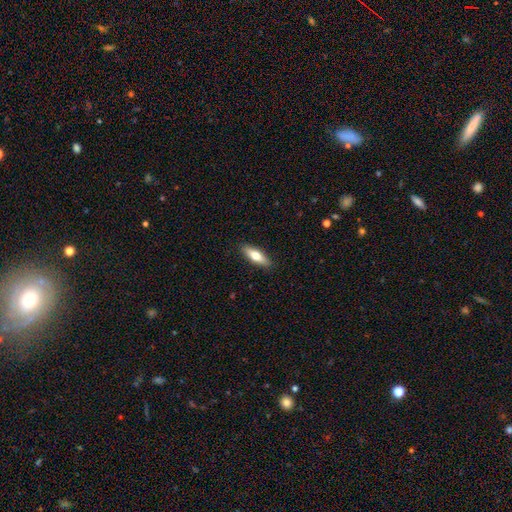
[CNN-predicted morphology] The model was most divided on "how rounded": in between: 52%, cigar-shaped: 46%, round: 2%. More confident: merging — none (89%); smooth or featured — smooth (65%).